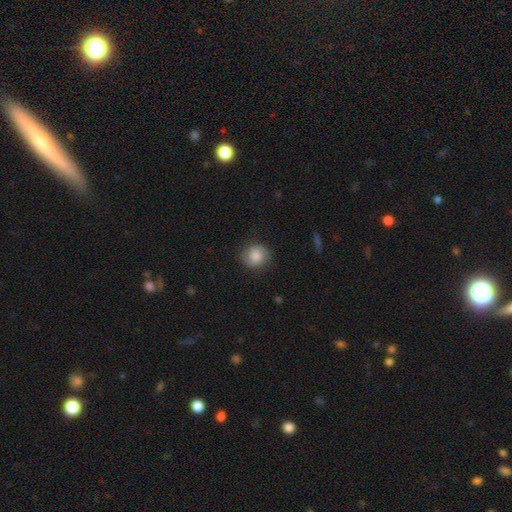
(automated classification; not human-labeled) smooth 66%, featured or disk 26%, star or artifact 8%. Down the decision tree: how rounded — round (82%); merging — none (81%).